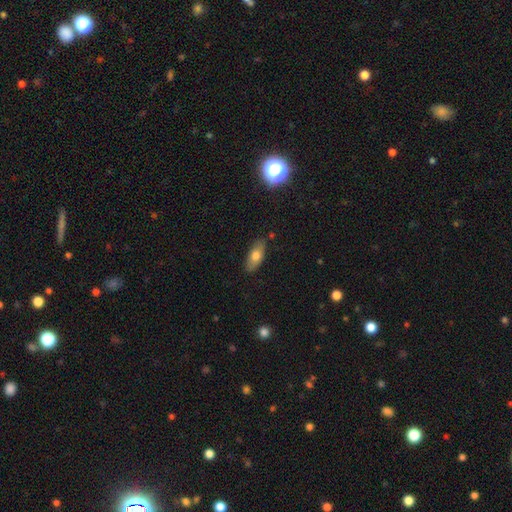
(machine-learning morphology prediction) Smooth or featured: smooth — 73% (featured or disk — 20%)
How rounded: in between — 82% (cigar-shaped — 15%)
Merging: none — 84% (minor disturbance — 12%)